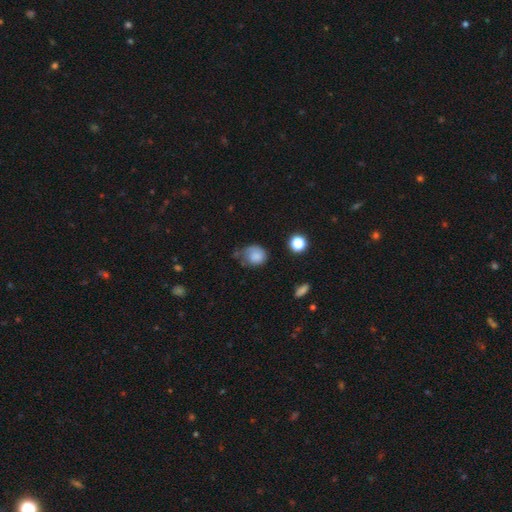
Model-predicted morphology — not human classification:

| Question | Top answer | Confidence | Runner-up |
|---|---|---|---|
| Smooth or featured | smooth | 73% | featured or disk (17%) |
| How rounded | round | 64% | in between (35%) |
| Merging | none | 40% | minor disturbance (34%) |